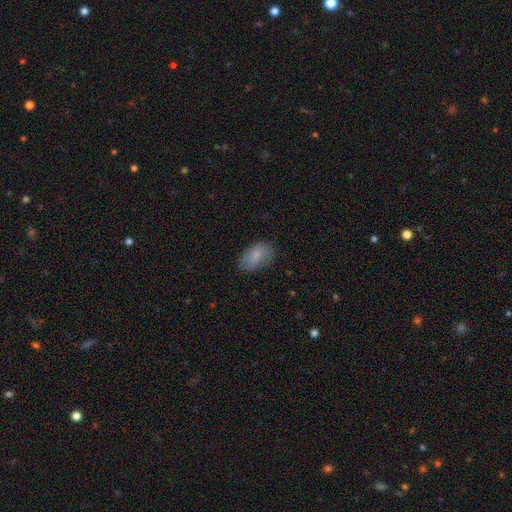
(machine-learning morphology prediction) Smooth or featured?
  - smooth: 79% *
  - featured or disk: 14%
  - star or artifact: 7%
How rounded?
  - in between: 92% *
  - round: 6%
  - cigar-shaped: 2%
Merging?
  - none: 69% *
  - minor disturbance: 23%
  - major disturbance: 7%
  - merger: 1%